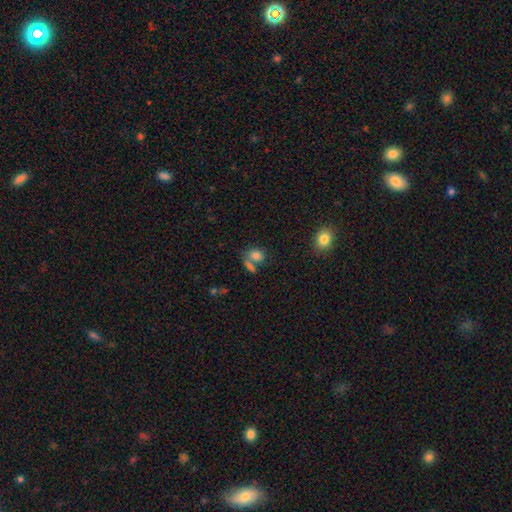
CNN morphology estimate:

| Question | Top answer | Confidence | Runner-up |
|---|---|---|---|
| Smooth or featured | smooth | 79% | star or artifact (12%) |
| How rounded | in between | 56% | round (41%) |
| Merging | none | 42% | merger (39%) |